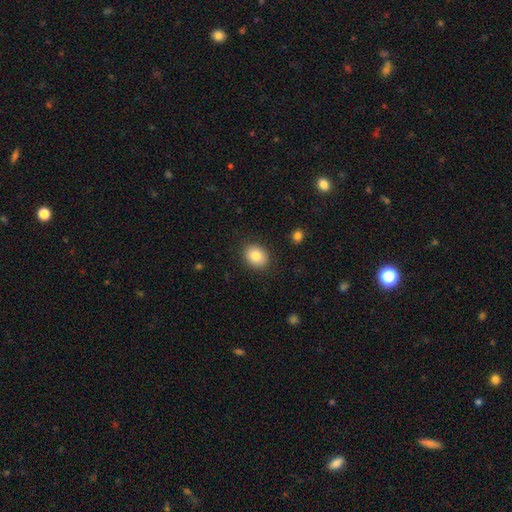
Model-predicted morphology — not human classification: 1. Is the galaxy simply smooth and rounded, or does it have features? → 83% smooth, 9% featured or disk, 8% star or artifact.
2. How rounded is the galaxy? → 52% round, 48% in between, 1% cigar-shaped.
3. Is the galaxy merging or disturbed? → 88% none, 8% minor disturbance, 2% major disturbance, 1% merger.